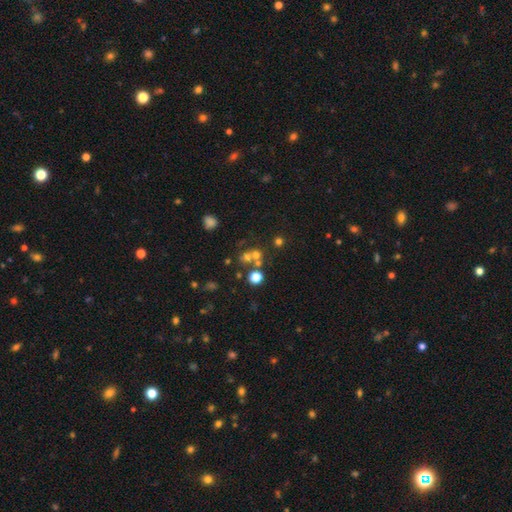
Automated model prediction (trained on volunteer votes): Smooth or featured? Predicted: smooth (p=0.59). How rounded? Predicted: round (p=0.83). Merging? Predicted: none (p=0.46).